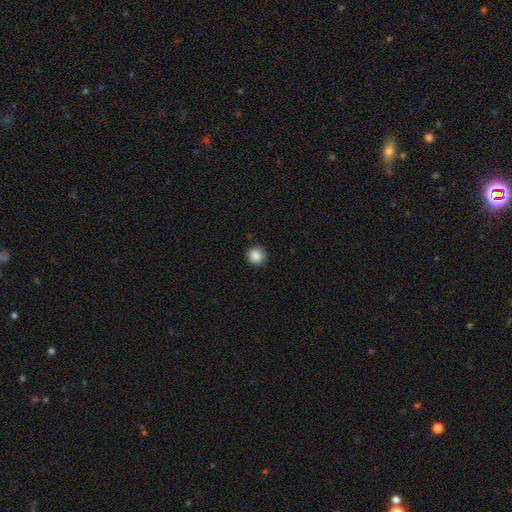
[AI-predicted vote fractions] A smooth galaxy with no disk features (88%) that is round (90%). Merging: none (87%).